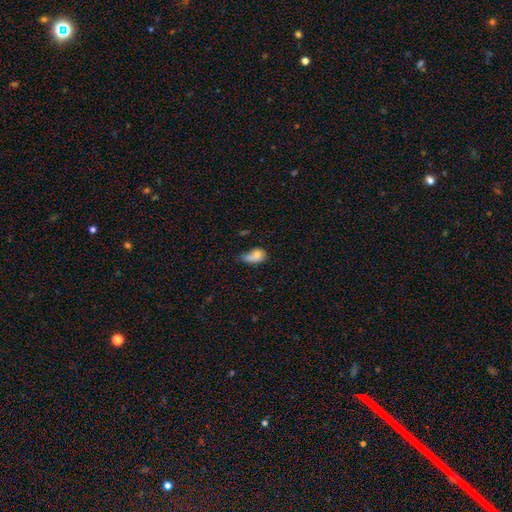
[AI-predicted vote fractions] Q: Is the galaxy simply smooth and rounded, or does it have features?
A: smooth — 73%.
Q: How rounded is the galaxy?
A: in between — 85%.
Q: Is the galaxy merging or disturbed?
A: minor disturbance — 38%.